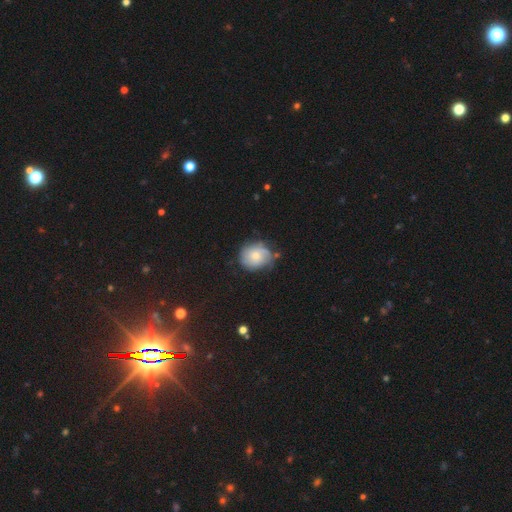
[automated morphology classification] smooth_or_featured: smooth (p=0.51) [alt: featured or disk p=0.41]
how_rounded: round (p=0.74) [alt: in between p=0.25]
merging: none (p=0.62) [alt: minor disturbance p=0.27]